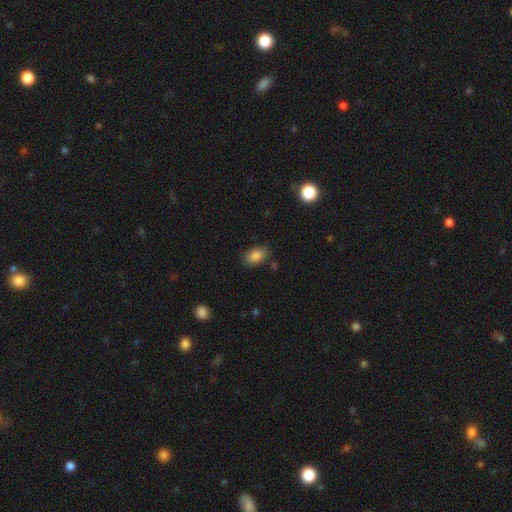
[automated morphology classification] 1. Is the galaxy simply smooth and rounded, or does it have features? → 85% smooth, 9% star or artifact, 6% featured or disk.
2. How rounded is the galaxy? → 88% in between, 10% round, 2% cigar-shaped.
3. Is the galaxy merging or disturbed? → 81% none, 13% minor disturbance, 3% major disturbance, 3% merger.